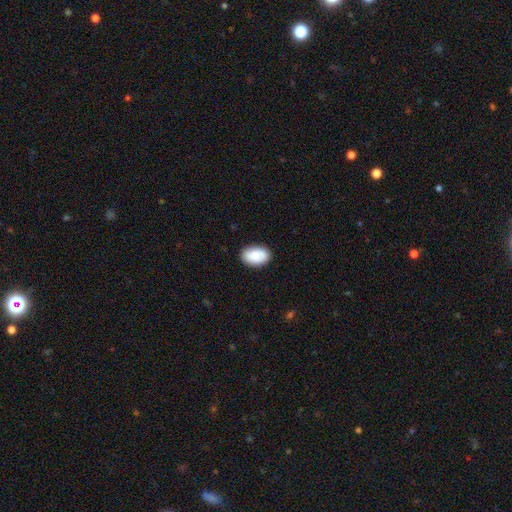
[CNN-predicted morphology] Overall: smooth (84%). How rounded: in between (90%). Merging: none (85%).